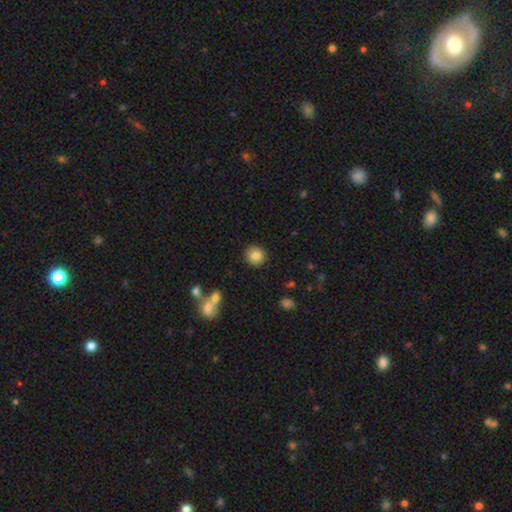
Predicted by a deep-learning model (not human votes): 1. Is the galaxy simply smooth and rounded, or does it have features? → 84% smooth, 9% star or artifact, 6% featured or disk.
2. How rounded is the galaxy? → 89% round, 10% in between, 1% cigar-shaped.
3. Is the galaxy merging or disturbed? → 89% none, 7% minor disturbance, 2% merger, 2% major disturbance.